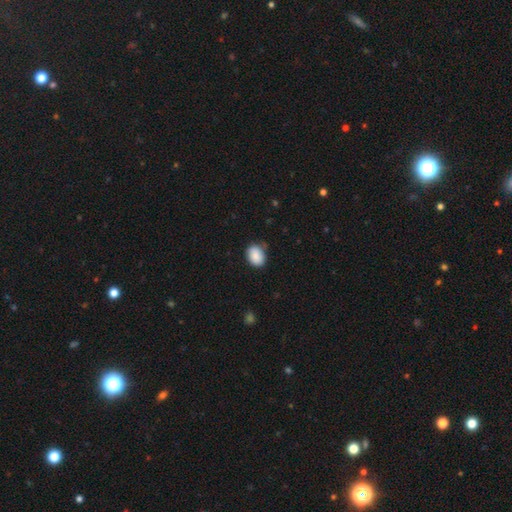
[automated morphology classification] Q: Smooth or featured?
A: smooth (87%); runner-up: star or artifact (7%)
Q: How rounded?
A: in between (69%); runner-up: round (31%)
Q: Merging?
A: none (74%); runner-up: minor disturbance (20%)